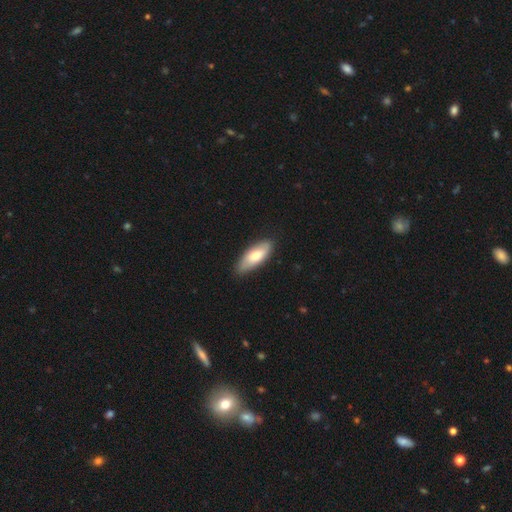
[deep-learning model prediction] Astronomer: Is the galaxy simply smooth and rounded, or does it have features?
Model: smooth — 71%.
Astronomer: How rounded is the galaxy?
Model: in between — 72%.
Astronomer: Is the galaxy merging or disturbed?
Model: none — 82%.